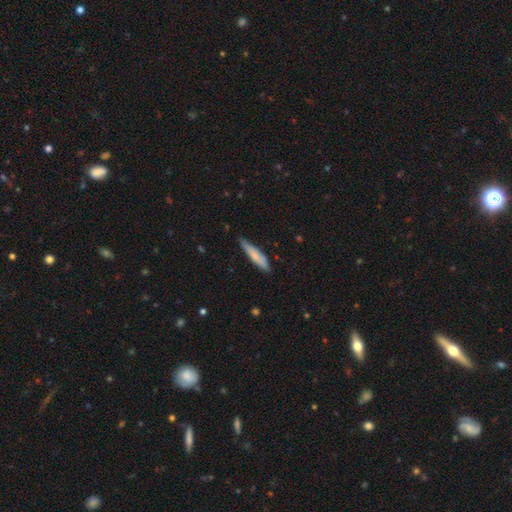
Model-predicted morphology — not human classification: type=smooth (70%); roundness=cigar-shaped (86%); merging=none (76%).